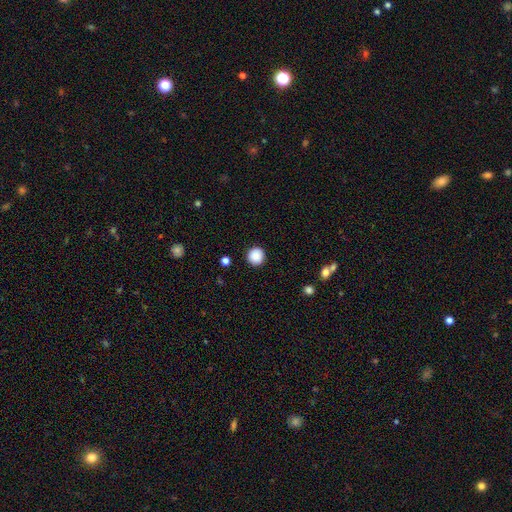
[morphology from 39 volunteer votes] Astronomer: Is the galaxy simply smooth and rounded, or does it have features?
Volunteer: smooth — 90%.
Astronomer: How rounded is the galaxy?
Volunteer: round — 94%.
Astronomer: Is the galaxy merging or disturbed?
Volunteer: none — 86%.